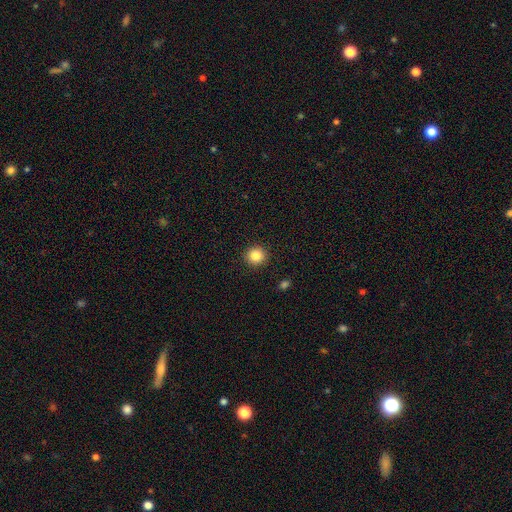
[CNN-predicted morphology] A smooth galaxy with no disk features (85%) that is round (92%). Merging: none (92%).